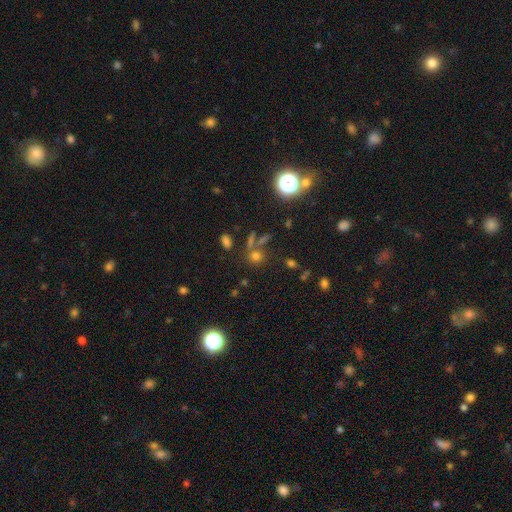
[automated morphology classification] smooth 63%, star or artifact 27%, featured or disk 10%. Down the decision tree: how rounded — round (81%); merging — none (65%).